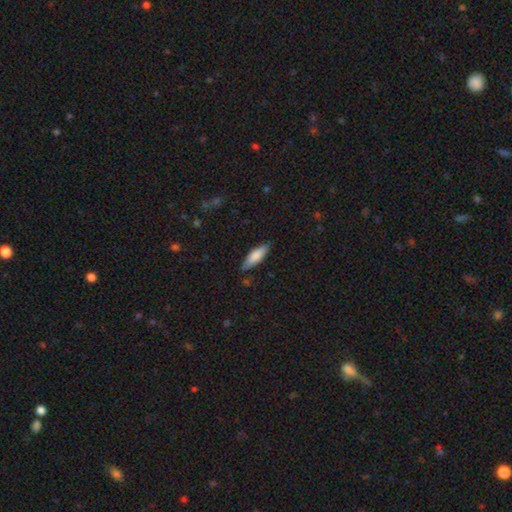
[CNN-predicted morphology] This appears to be a smooth galaxy with no disk features (80%) that is cigar-shaped (51%). Merging: none (84%).